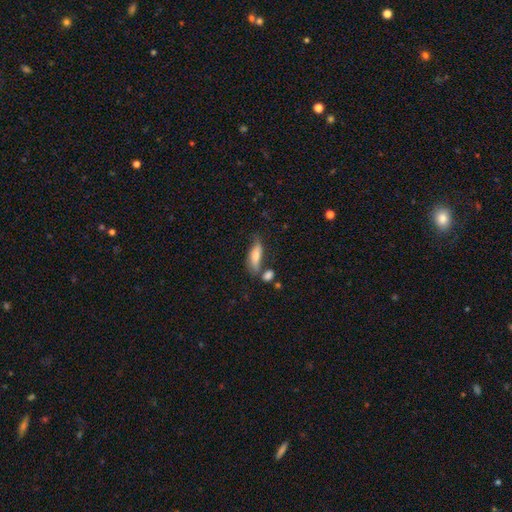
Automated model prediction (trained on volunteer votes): Smooth or featured? smooth (68%)
How rounded? in between (57%)
Merging? none (52%)